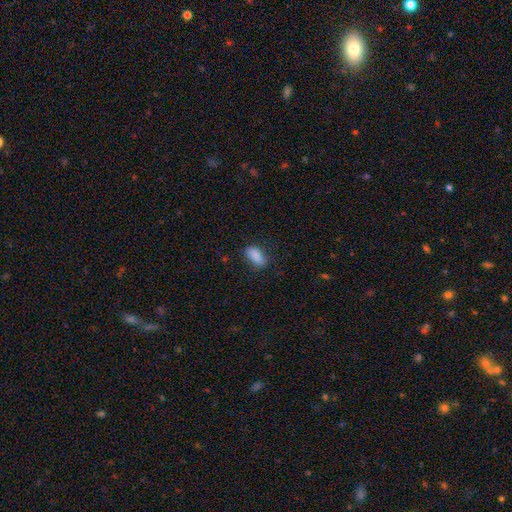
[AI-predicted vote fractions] Q: Smooth or featured?
A: smooth (86%); runner-up: star or artifact (8%)
Q: How rounded?
A: in between (88%); runner-up: cigar-shaped (8%)
Q: Merging?
A: none (74%); runner-up: minor disturbance (19%)